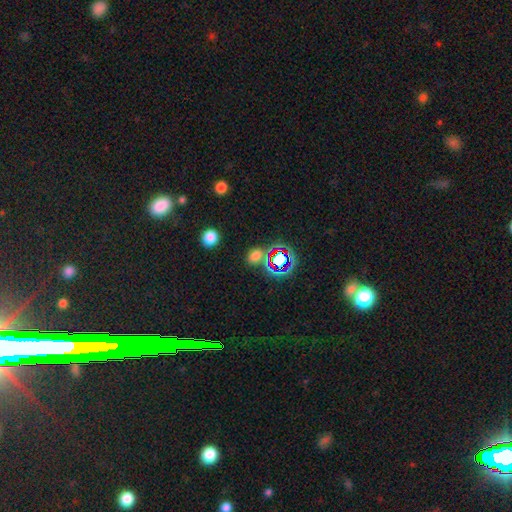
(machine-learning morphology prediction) The model was most divided on "how rounded": in between: 55%, round: 43%, cigar-shaped: 2%. More confident: merging — none (73%); smooth or featured — smooth (57%).